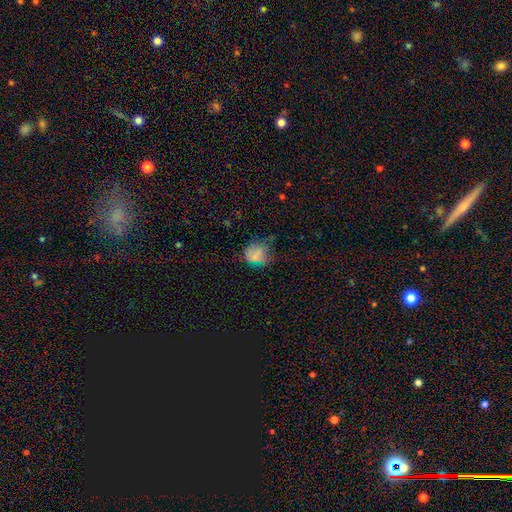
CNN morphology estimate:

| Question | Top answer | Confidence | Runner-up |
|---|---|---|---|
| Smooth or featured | smooth | 69% | star or artifact (19%) |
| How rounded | round | 65% | in between (34%) |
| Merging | none | 50% | minor disturbance (30%) |